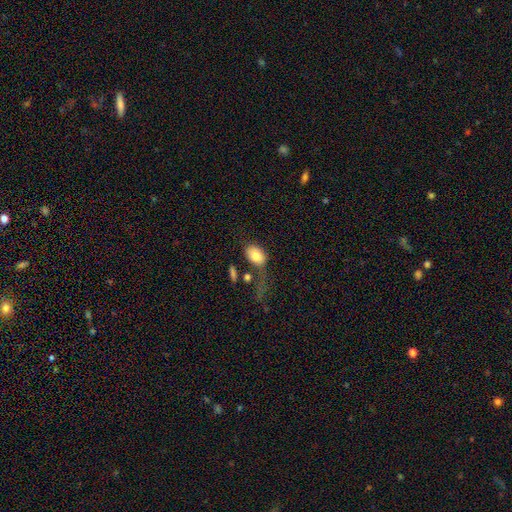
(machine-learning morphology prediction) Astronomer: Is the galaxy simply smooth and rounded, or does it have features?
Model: smooth — 81%.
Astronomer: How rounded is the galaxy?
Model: in between — 83%.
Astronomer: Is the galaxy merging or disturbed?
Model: none — 52%.